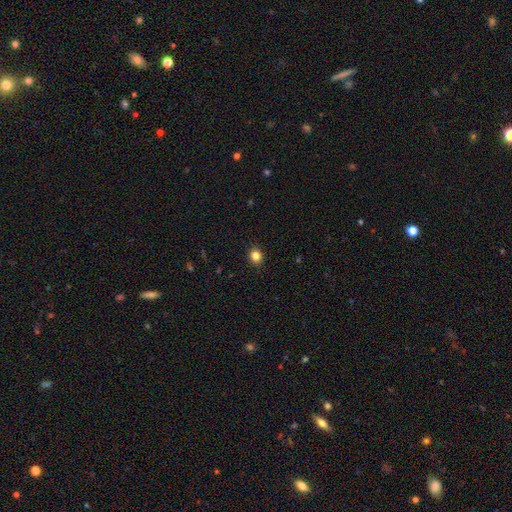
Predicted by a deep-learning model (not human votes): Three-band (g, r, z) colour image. It shows a smooth galaxy with no disk features (84%) that is round (74%). Merging: none (90%).